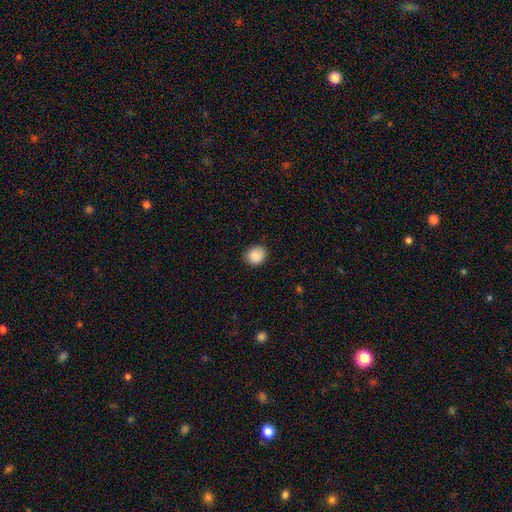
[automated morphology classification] This is clearly a smooth galaxy (89%). How rounded: likely round (69%). Merging: clearly none (83%).